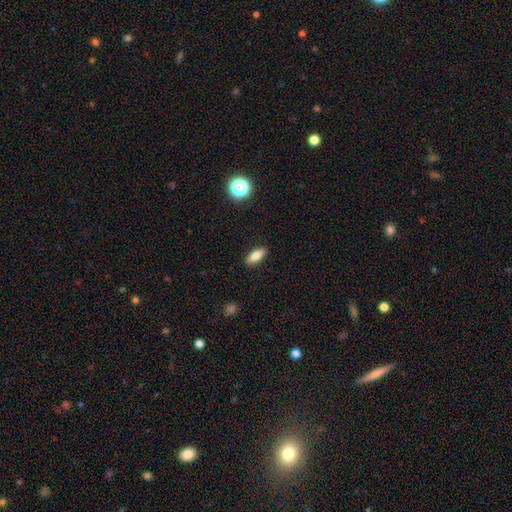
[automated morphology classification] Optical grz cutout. It shows a smooth galaxy with no disk features (76%) that is in between round and cigar-shaped (74%). Merging: none (89%).